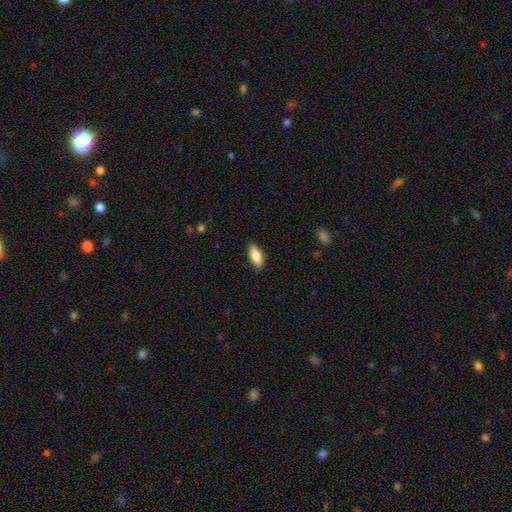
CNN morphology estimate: Smooth or featured? smooth (82%)
How rounded? in between (78%)
Merging? none (87%)